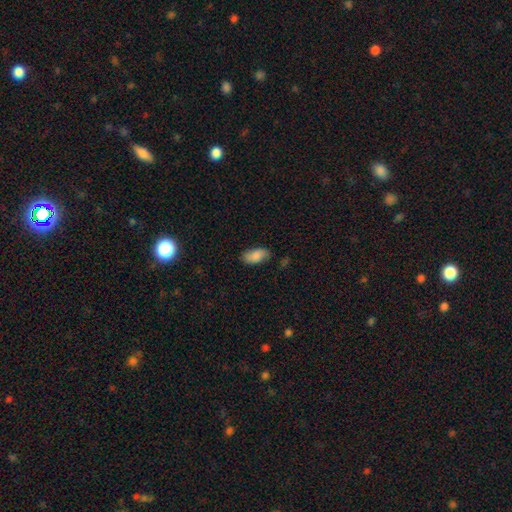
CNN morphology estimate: smooth-or-featured: smooth: 86% | featured or disk: 7% | star or artifact: 7%
  how-rounded: in between: 93% | cigar-shaped: 5% | round: 2%
  merging: none: 79% | minor disturbance: 16% | major disturbance: 3% | merger: 2%